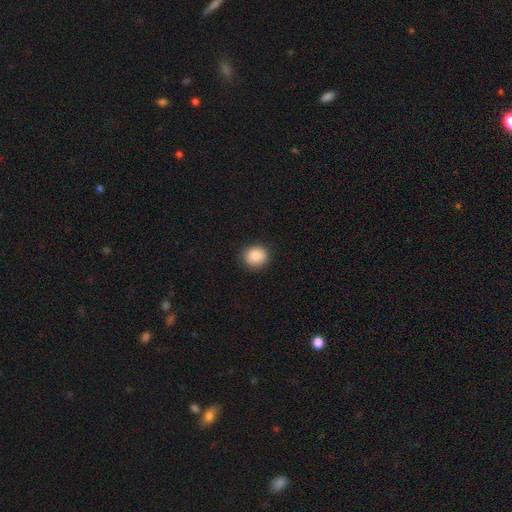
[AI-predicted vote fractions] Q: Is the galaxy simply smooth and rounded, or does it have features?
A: smooth — 88%.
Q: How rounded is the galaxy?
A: round — 79%.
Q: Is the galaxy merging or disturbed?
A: none — 87%.